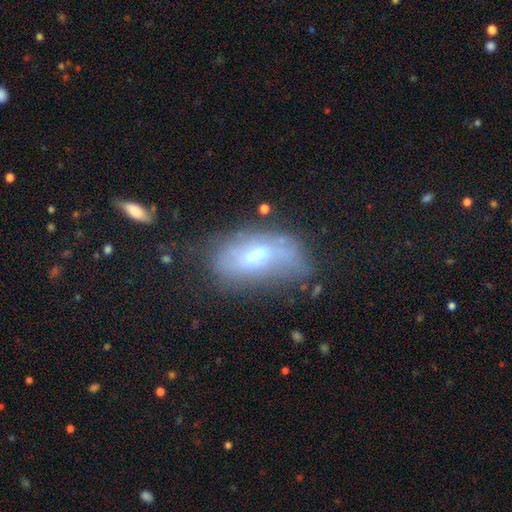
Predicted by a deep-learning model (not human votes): Q: Smooth or featured?
A: smooth (46%); runner-up: featured or disk (44%)
Q: Merging?
A: none (36%); runner-up: minor disturbance (28%)